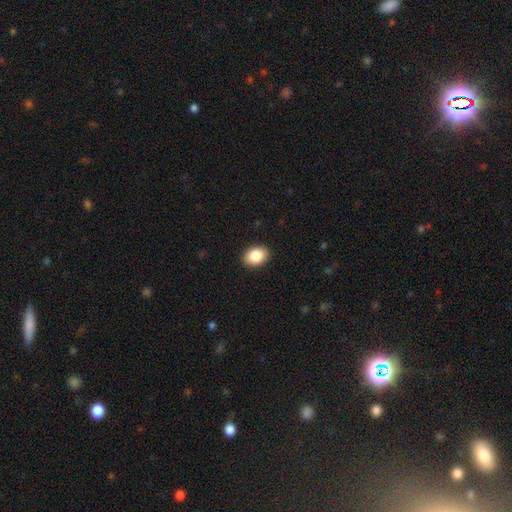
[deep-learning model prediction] Smooth or featured?
  - smooth: 88% *
  - star or artifact: 7%
  - featured or disk: 5%
How rounded?
  - in between: 75% *
  - round: 24%
  - cigar-shaped: 1%
Merging?
  - none: 90% *
  - minor disturbance: 7%
  - major disturbance: 2%
  - merger: 1%